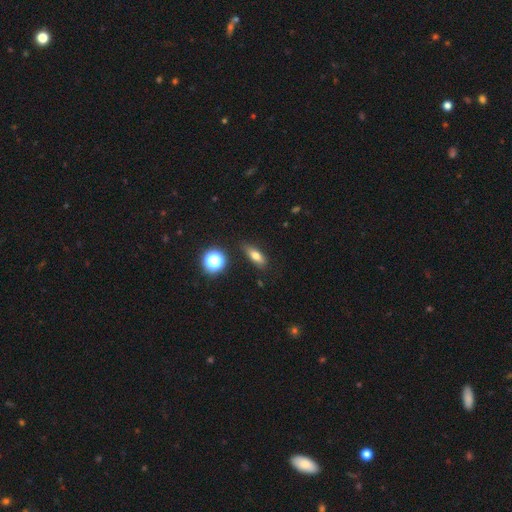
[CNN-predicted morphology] Smooth or featured: smooth — 71% (featured or disk — 16%)
How rounded: in between — 61% (cigar-shaped — 29%)
Merging: none — 79% (minor disturbance — 15%)